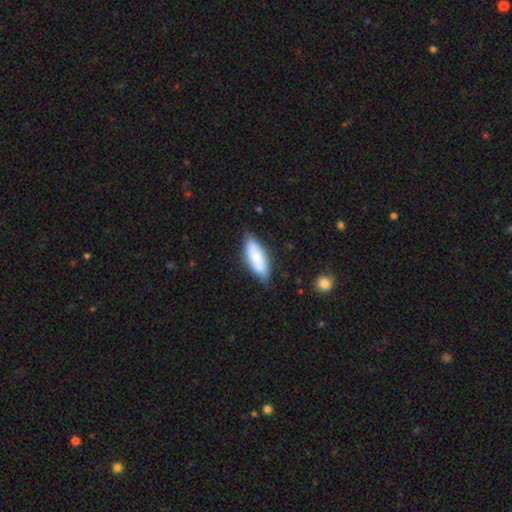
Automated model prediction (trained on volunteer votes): A smooth galaxy with no disk features (73%) that is in between round and cigar-shaped (74%).

Vote fractions:
- Smooth or featured? smooth: 73% / featured or disk: 21% / star or artifact: 6%
- How rounded? in between: 74% / cigar-shaped: 25% / round: 2%
- Merging? none: 74% / minor disturbance: 20% / major disturbance: 3% / merger: 3%